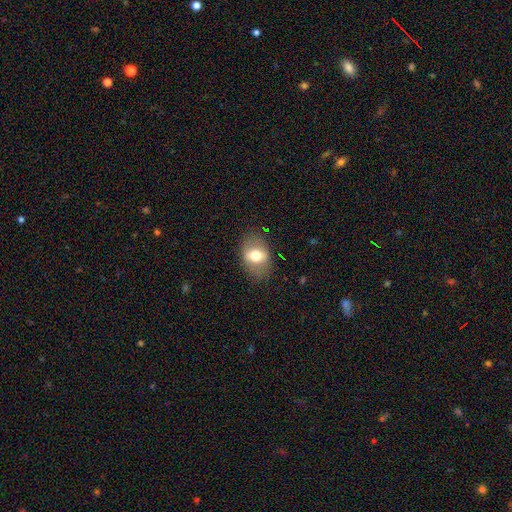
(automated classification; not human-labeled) smooth_or_featured: smooth (p=0.62) [alt: featured or disk p=0.30]
how_rounded: in between (p=0.79) [alt: round p=0.20]
merging: none (p=0.81) [alt: minor disturbance p=0.13]